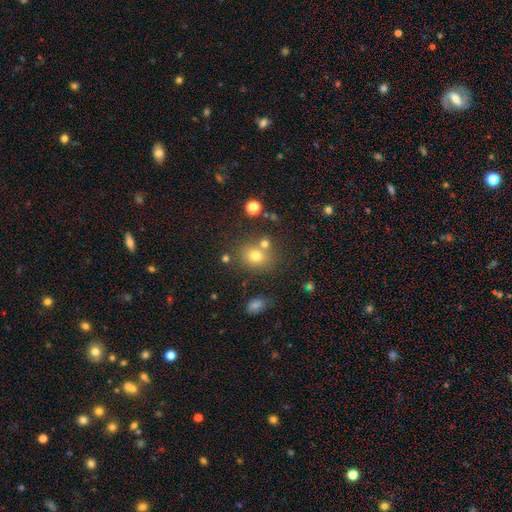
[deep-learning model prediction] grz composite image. It shows a smooth galaxy with no disk features (70%) that is round (69%). Merging: none (68%).